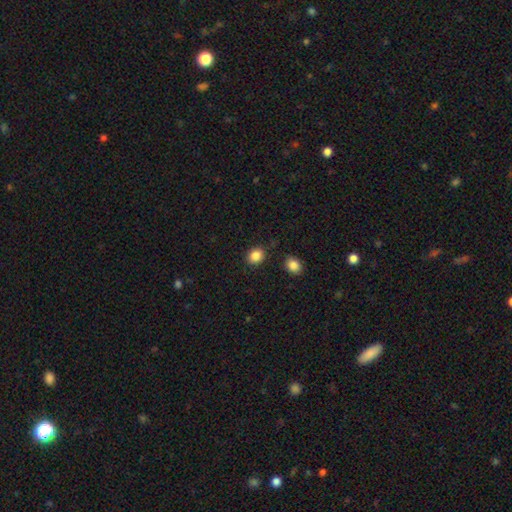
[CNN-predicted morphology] A smooth galaxy with no disk features (86%) that is round (59%).

Vote fractions:
- Smooth or featured? smooth: 86% / star or artifact: 10% / featured or disk: 4%
- How rounded? round: 59% / in between: 40% / cigar-shaped: 1%
- Merging? none: 86% / minor disturbance: 8% / merger: 3% / major disturbance: 2%